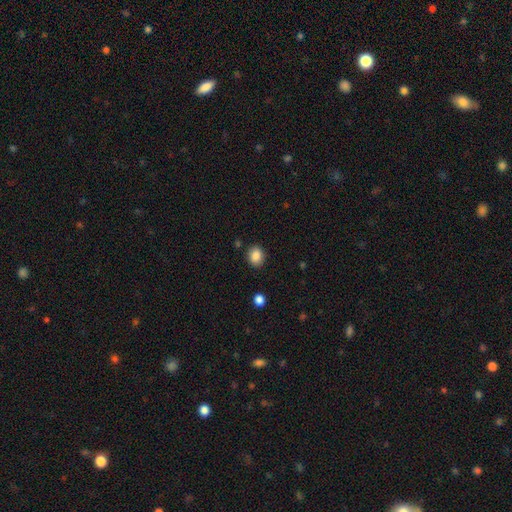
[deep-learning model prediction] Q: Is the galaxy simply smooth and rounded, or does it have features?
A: smooth — 87%.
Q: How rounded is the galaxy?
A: round — 57%.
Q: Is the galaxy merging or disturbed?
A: none — 87%.